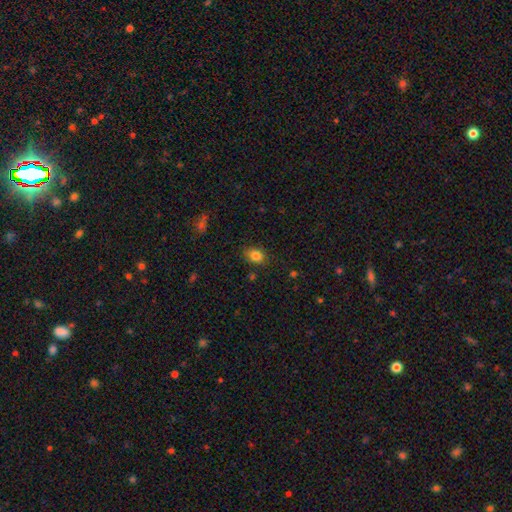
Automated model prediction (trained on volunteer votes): This is clearly a smooth galaxy (83%). How rounded: likely in between (67%). Merging: clearly none (82%).